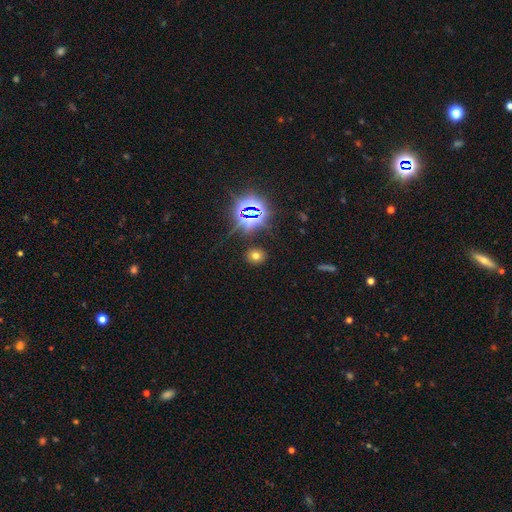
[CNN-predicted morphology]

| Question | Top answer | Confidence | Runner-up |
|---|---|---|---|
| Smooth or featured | smooth | 64% | star or artifact (28%) |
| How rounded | round | 62% | in between (36%) |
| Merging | none | 87% | minor disturbance (8%) |